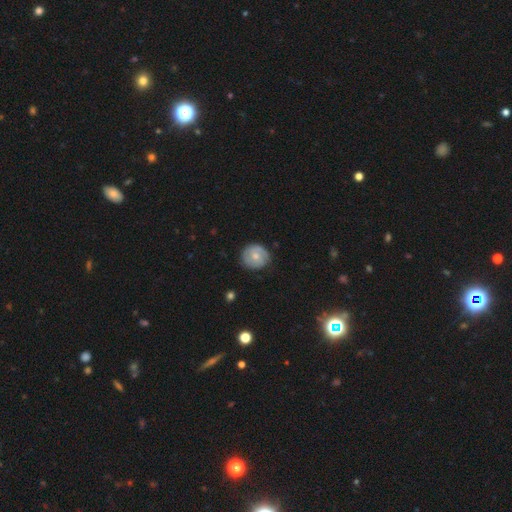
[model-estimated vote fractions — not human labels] A smooth galaxy with no disk features (51%) that is round (86%).

Vote fractions:
- Smooth or featured? smooth: 51% / featured or disk: 43% / star or artifact: 6%
- How rounded? round: 86% / in between: 13% / cigar-shaped: 1%
- Merging? none: 78% / minor disturbance: 17% / major disturbance: 4% / merger: 1%